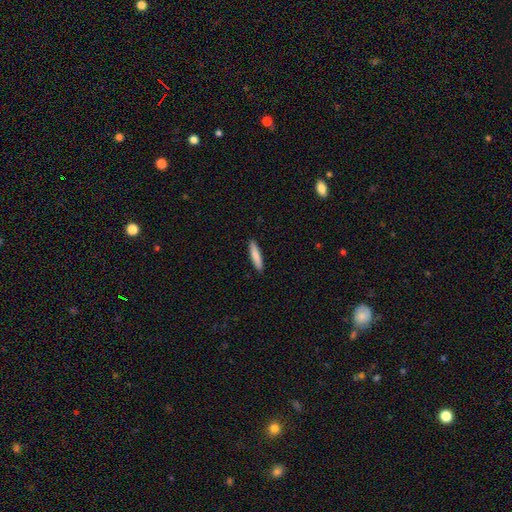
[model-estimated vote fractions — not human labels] A smooth galaxy with no disk features (82%) that is cigar-shaped (87%).

Vote fractions:
- Smooth or featured? smooth: 82% / featured or disk: 12% / star or artifact: 5%
- How rounded? cigar-shaped: 87% / in between: 12% / round: 1%
- Merging? none: 91% / minor disturbance: 6% / major disturbance: 1% / merger: 1%